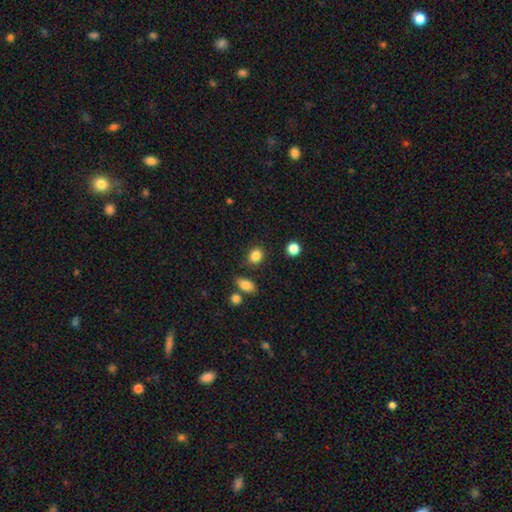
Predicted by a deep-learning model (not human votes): Morphology: type=smooth (85%); roundness=round (58%); merging=none (83%).